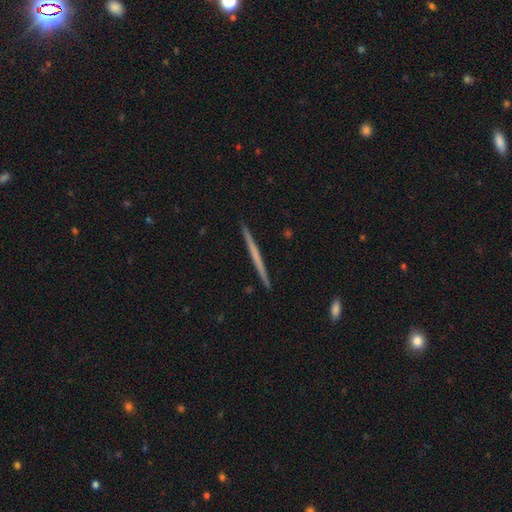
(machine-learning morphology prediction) A featured or disk galaxy (56%) viewed edge-on (98%) with no central bulge (90%). Merging: none (93%).